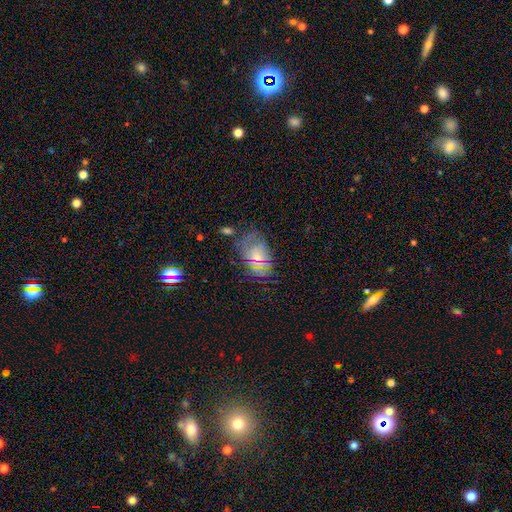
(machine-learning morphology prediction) Smooth or featured? featured or disk (46%)
Merging? none (64%)